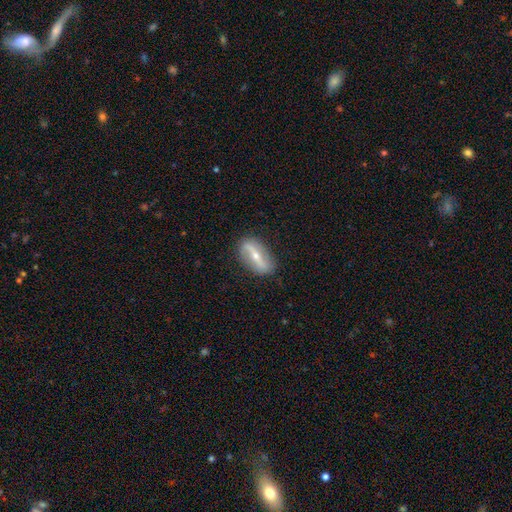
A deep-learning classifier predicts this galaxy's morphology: smooth-or-featured: featured or disk: 75% | smooth: 19% | star or artifact: 6%
  disk-edge-on: no: 85% | yes: 15%
    bar: strong: 71% | weak: 18% | no: 11%
    has-spiral-arms: yes: 69% | no: 31%
    bulge-size: small: 56% | moderate: 40% | large: 1% | none: 1% | dominant: 1%
  merging: none: 85% | minor disturbance: 11% | major disturbance: 3% | merger: 1%